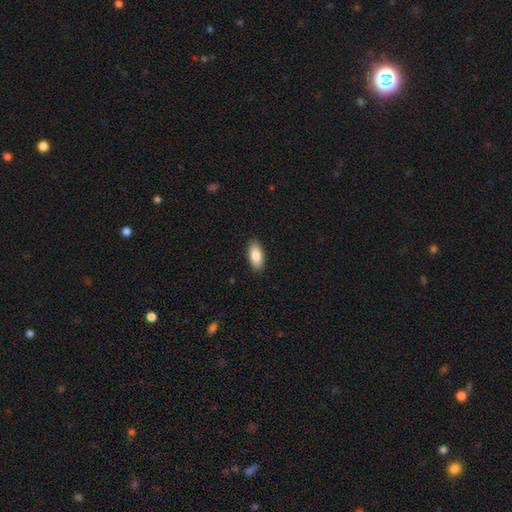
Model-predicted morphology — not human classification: smooth 86%, featured or disk 8%, star or artifact 6%. Down the decision tree: how rounded — in between (89%); merging — none (90%).